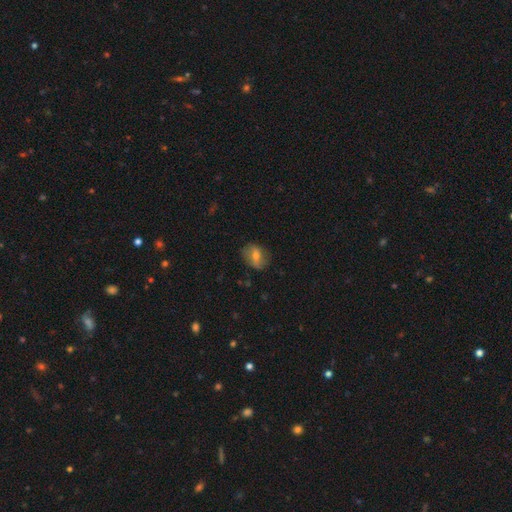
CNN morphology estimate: Smooth or featured? Predicted: smooth (p=0.56). How rounded? Predicted: in between (p=0.58). Merging? Predicted: none (p=0.78).